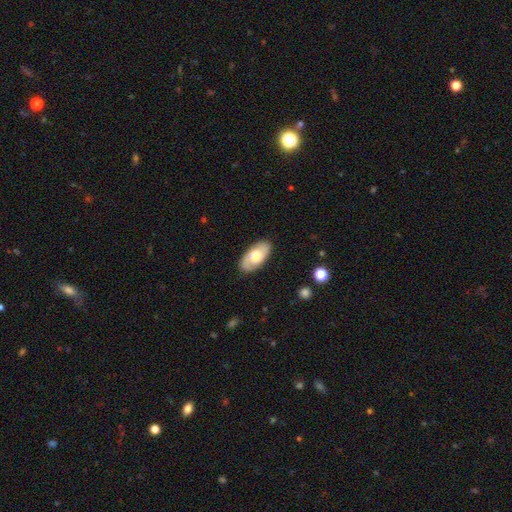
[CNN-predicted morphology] Smooth or featured: featured or disk — 56% (smooth — 39%)
Edge-on disk: no — 91% (yes — 9%)
Bar: no — 61% (weak — 33%)
Spiral arms: yes — 81% (no — 19%)
Bulge size: moderate — 61% (large — 19%)
Merging: none — 85% (minor disturbance — 11%)